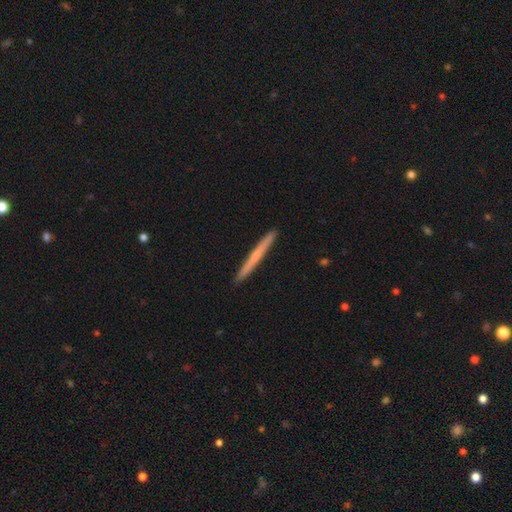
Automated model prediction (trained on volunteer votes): Smooth or featured? Predicted: featured or disk (p=0.50). Edge-on disk? Predicted: yes (p=0.98). Merging? Predicted: none (p=0.93).